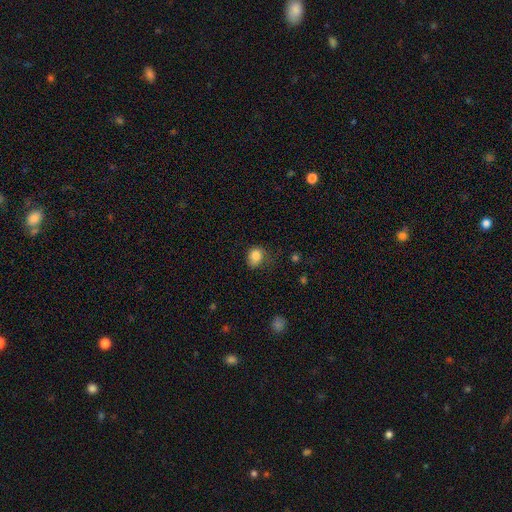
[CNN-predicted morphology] This is clearly a smooth galaxy (83%). How rounded: possibly round (56%). Merging: possibly none (51%).